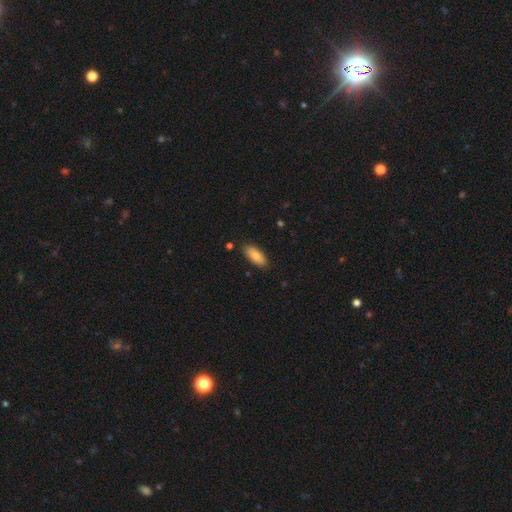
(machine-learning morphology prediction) smooth 81%, featured or disk 13%, star or artifact 6%. Down the decision tree: how rounded — in between (84%); merging — none (86%).